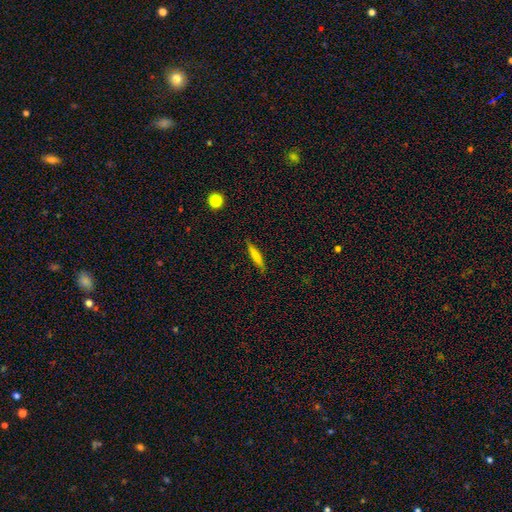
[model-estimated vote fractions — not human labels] A smooth galaxy with no disk features (73%) that is cigar-shaped (89%).

Vote fractions:
- Smooth or featured? smooth: 73% / featured or disk: 20% / star or artifact: 7%
- How rounded? cigar-shaped: 89% / in between: 9% / round: 2%
- Merging? none: 86% / minor disturbance: 11% / major disturbance: 2% / merger: 1%